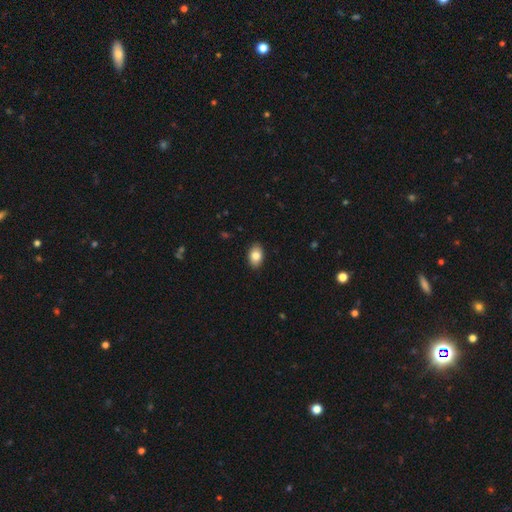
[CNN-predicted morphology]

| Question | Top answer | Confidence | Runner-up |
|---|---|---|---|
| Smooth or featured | smooth | 84% | featured or disk (9%) |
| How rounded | in between | 88% | round (11%) |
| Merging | none | 89% | minor disturbance (8%) |